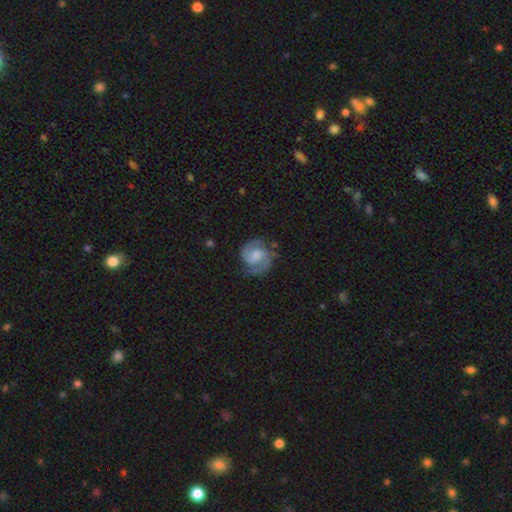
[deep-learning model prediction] The model was most divided on "spiral winding": medium: 50%, tight: 40%, loose: 10%. Remaining: edge-on disk — no (98%); spiral arms — yes (98%); spiral arm count — 2 (91%); smooth or featured — featured or disk (88%); merging — none (76%); bar — no (51%); bulge size — moderate (40%).